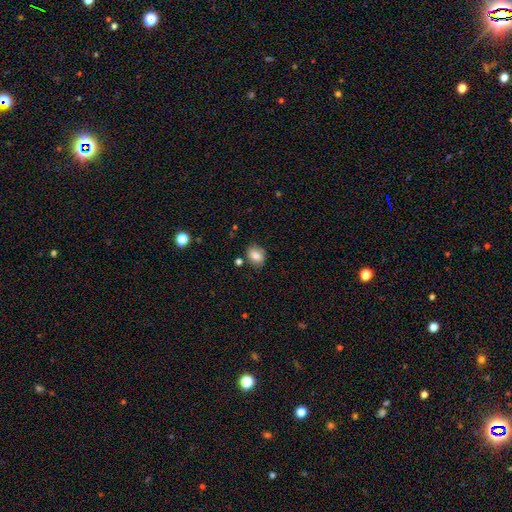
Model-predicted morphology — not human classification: Smooth or featured? smooth (82%)
How rounded? in between (59%)
Merging? none (76%)